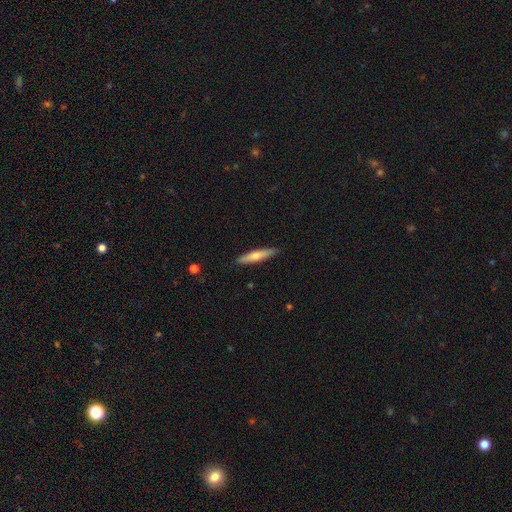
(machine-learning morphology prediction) A smooth galaxy with no disk features (63%) that is cigar-shaped (88%).

Vote fractions:
- Smooth or featured? smooth: 63% / featured or disk: 32% / star or artifact: 5%
- How rounded? cigar-shaped: 88% / in between: 10% / round: 1%
- Merging? none: 89% / minor disturbance: 8% / major disturbance: 2% / merger: 1%